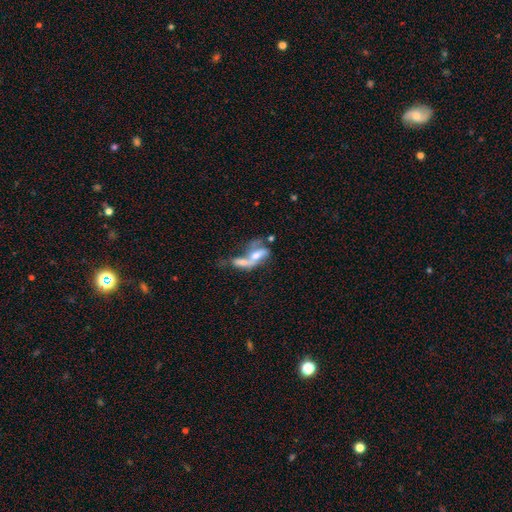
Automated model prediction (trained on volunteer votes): Morphology: type=featured or disk (58%); edge-on=no (80%); merging=merger (64%).